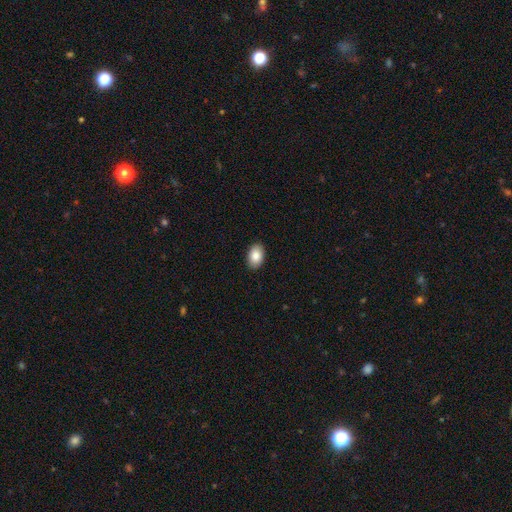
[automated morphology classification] Smooth or featured? Predicted: smooth (p=0.86). How rounded? Predicted: in between (p=0.89). Merging? Predicted: none (p=0.90).